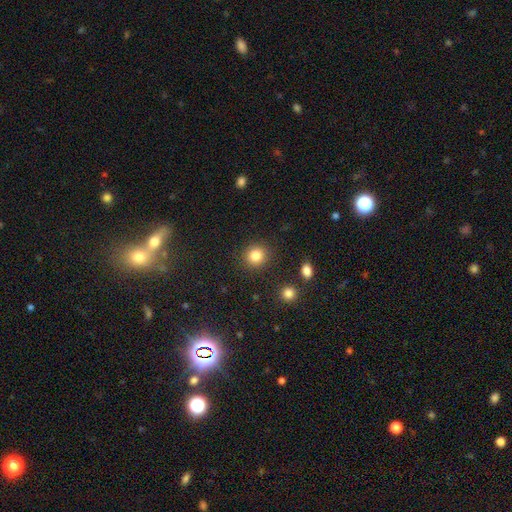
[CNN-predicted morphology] Smooth or featured? smooth (84%)
How rounded? round (89%)
Merging? none (89%)